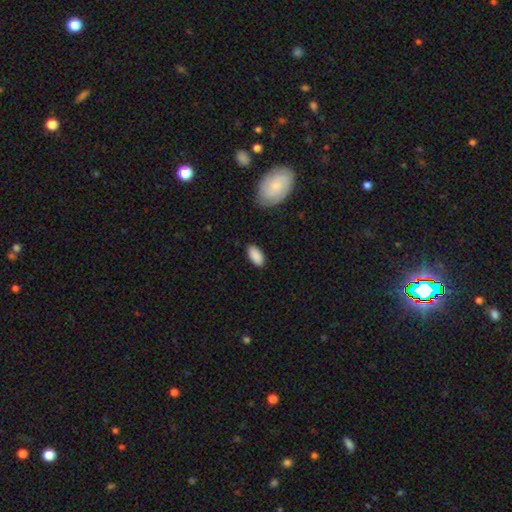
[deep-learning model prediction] A smooth galaxy with no disk features (89%) that is in between round and cigar-shaped (94%). Merging: none (85%).